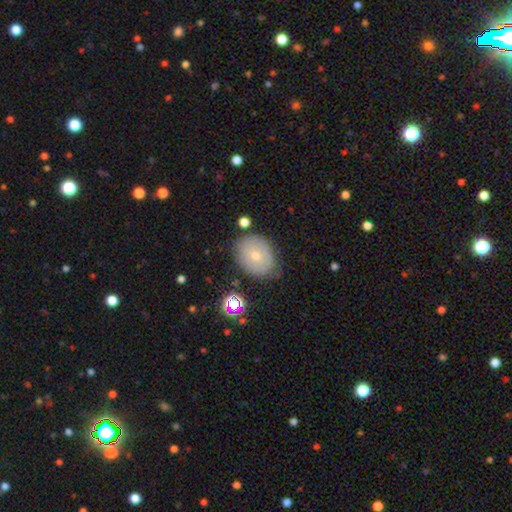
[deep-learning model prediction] Smooth or featured?
  - smooth: 62% *
  - featured or disk: 28%
  - star or artifact: 10%
How rounded?
  - in between: 55% *
  - round: 44%
  - cigar-shaped: 1%
Merging?
  - none: 71% *
  - minor disturbance: 20%
  - major disturbance: 5%
  - merger: 3%